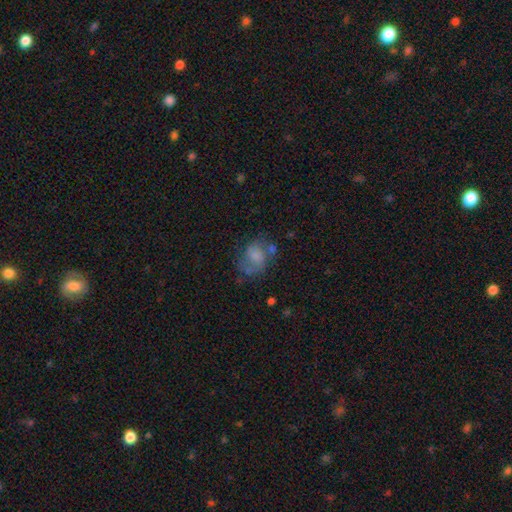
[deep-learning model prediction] Overall: smooth (54%; featured or disk 35%). How rounded: in between (57%; round 42%). Merging: none (43%; minor disturbance 26%).